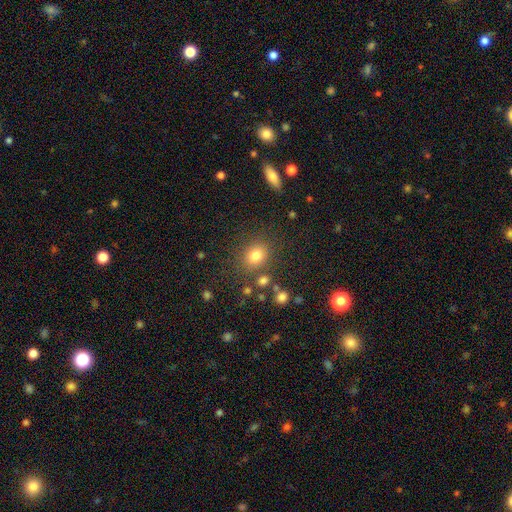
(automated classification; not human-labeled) Smooth or featured? smooth (79%)
How rounded? round (63%)
Merging? none (78%)